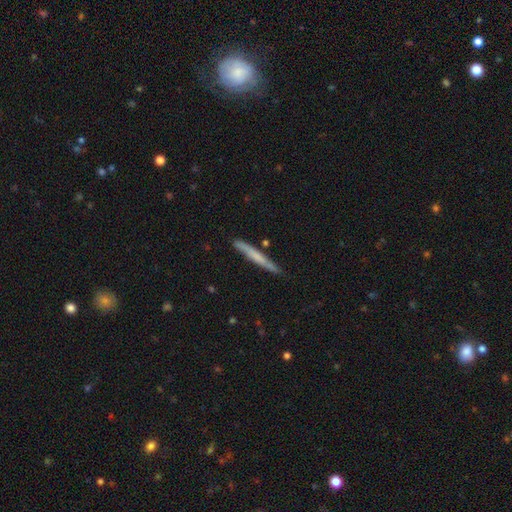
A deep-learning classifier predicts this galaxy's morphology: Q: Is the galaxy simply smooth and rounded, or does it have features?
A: smooth — 53%.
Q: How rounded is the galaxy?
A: cigar-shaped — 96%.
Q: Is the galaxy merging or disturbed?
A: none — 81%.